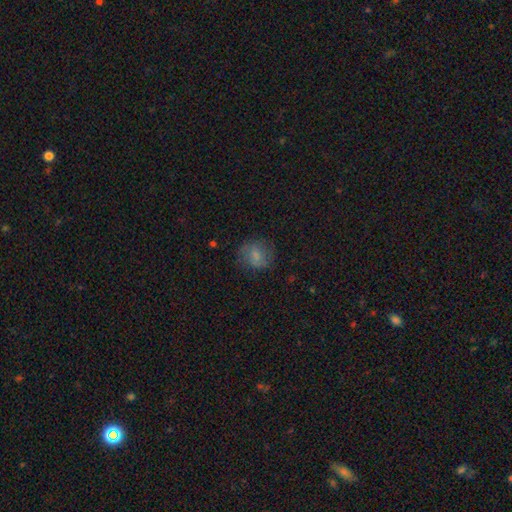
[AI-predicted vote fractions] The model was most divided on "smooth or featured": smooth: 66%, featured or disk: 24%, star or artifact: 10%. More confident: how rounded — round (71%); merging — none (67%).